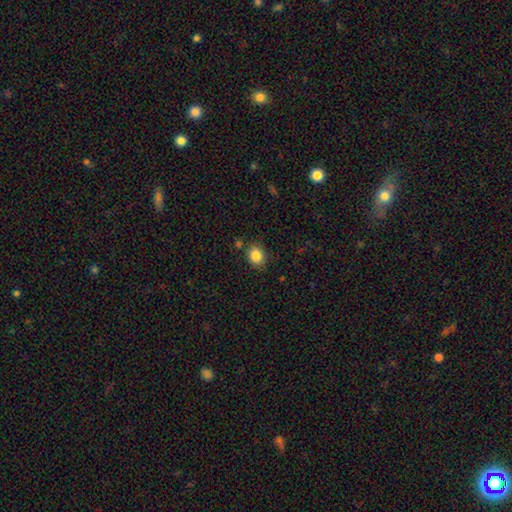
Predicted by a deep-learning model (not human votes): A smooth galaxy with no disk features (85%) that is round (56%).

Vote fractions:
- Smooth or featured? smooth: 85% / star or artifact: 10% / featured or disk: 5%
- How rounded? round: 56% / in between: 43% / cigar-shaped: 1%
- Merging? none: 83% / minor disturbance: 11% / merger: 4% / major disturbance: 3%